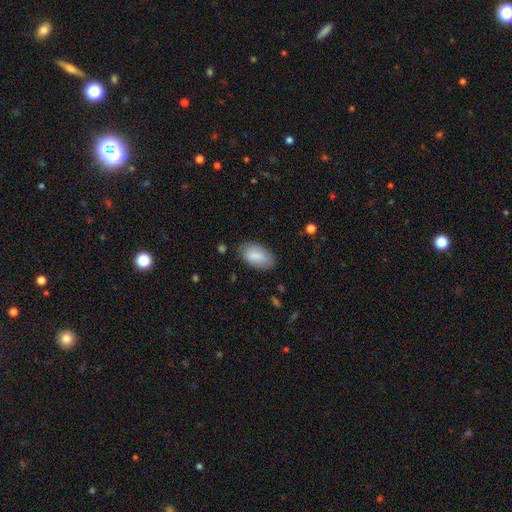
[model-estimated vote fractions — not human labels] This appears to be a smooth galaxy with no disk features (84%) that is in between round and cigar-shaped (95%). Merging: none (78%).